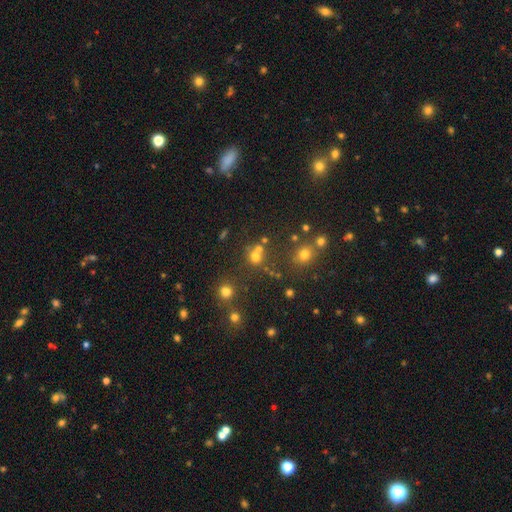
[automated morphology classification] smooth_or_featured: smooth (p=0.64) [alt: star or artifact p=0.25]
how_rounded: round (p=0.83) [alt: in between p=0.16]
merging: none (p=0.58) [alt: merger p=0.27]